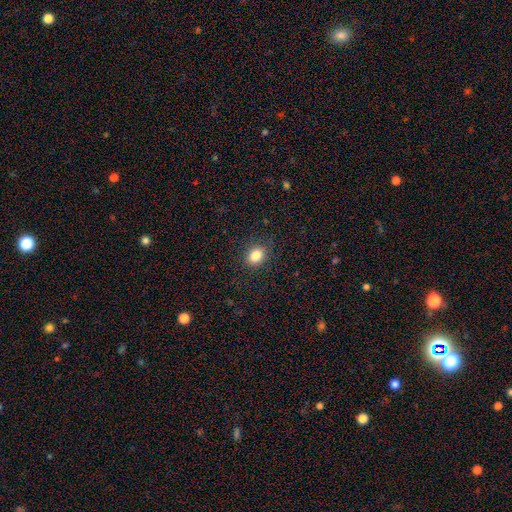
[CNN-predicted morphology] Smooth or featured? smooth (84%)
How rounded? in between (52%)
Merging? none (87%)